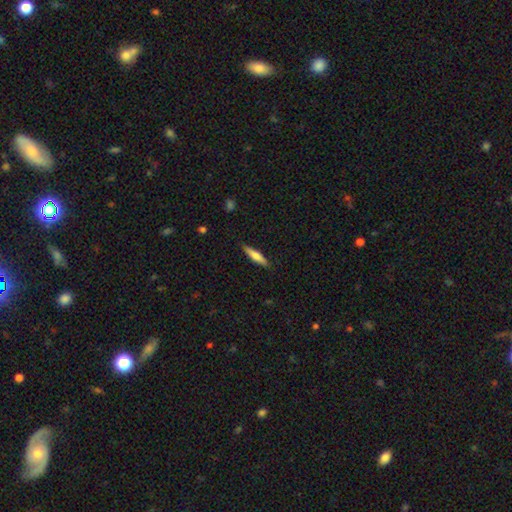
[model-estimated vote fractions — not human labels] smooth-or-featured: smooth: 62% | featured or disk: 32% | star or artifact: 6%
  how-rounded: cigar-shaped: 82% | in between: 16% | round: 2%
  merging: none: 89% | minor disturbance: 8% | major disturbance: 2% | merger: 1%